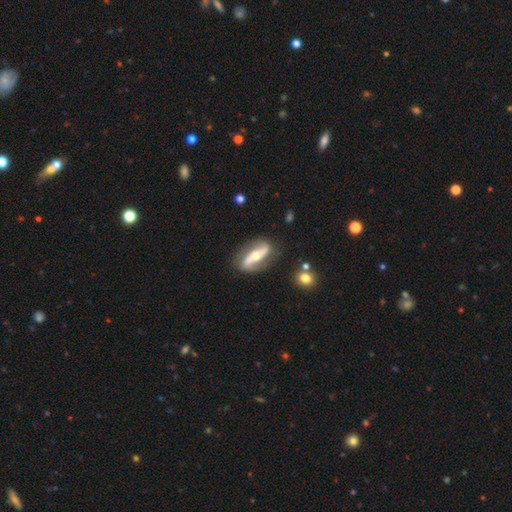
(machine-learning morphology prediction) smooth-or-featured: featured or disk: 82% | smooth: 14% | star or artifact: 5%
  disk-edge-on: no: 81% | yes: 19%
    bar: strong: 60% | no: 24% | weak: 16%
    has-spiral-arms: yes: 84% | no: 16%
      spiral-winding: loose: 62% | medium: 25% | tight: 13%
      spiral-arm-count: 2: 92% | can't tell: 4% | 1: 2% | 3: 1% | 4: 1% | more than 4: 1%
    bulge-size: moderate: 63% | small: 30% | large: 5% | dominant: 1% | none: 1%
  merging: none: 81% | minor disturbance: 12% | major disturbance: 5% | merger: 2%